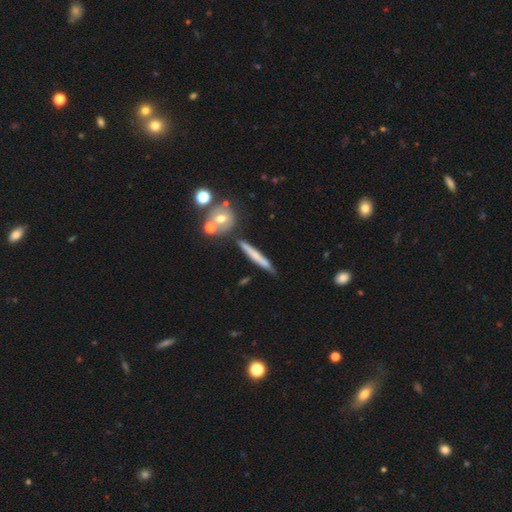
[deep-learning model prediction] Q: Smooth or featured?
A: smooth (55%); runner-up: featured or disk (38%)
Q: How rounded?
A: cigar-shaped (93%); runner-up: in between (5%)
Q: Merging?
A: none (76%); runner-up: minor disturbance (14%)